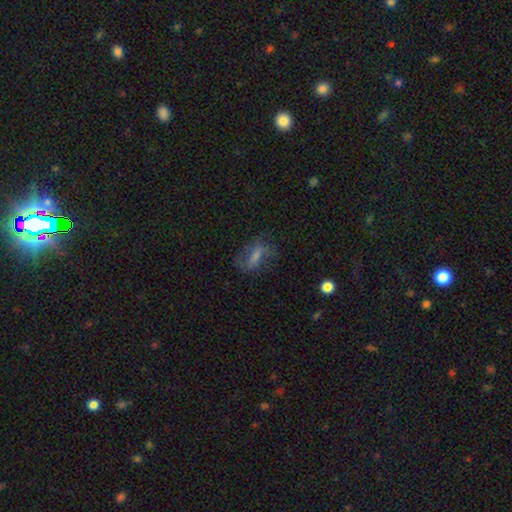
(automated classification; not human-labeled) A featured or disk galaxy (49%).

Vote fractions:
- Smooth or featured? featured or disk: 49% / smooth: 39% / star or artifact: 12%
- Merging? none: 57% / minor disturbance: 21% / major disturbance: 19% / merger: 2%